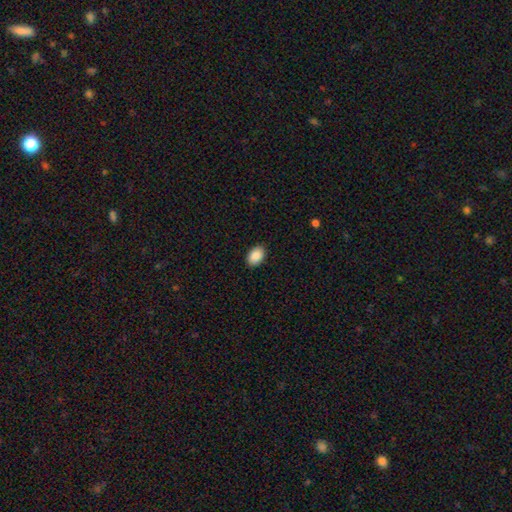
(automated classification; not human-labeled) smooth 89%, star or artifact 7%, featured or disk 4%. Down the decision tree: how rounded — in between (87%); merging — none (89%).